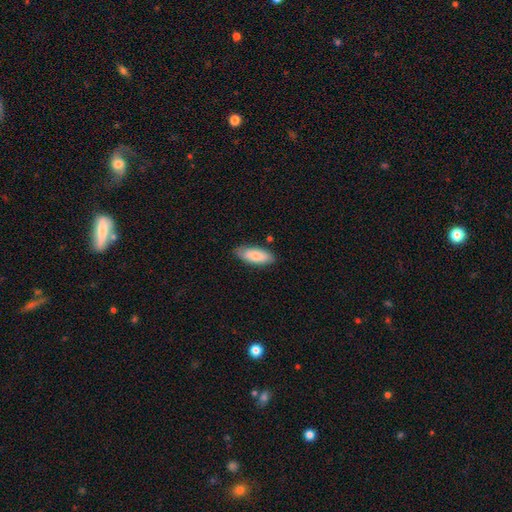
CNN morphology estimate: A smooth galaxy with no disk features (80%) that is in between round and cigar-shaped (83%). Merging: none (78%).